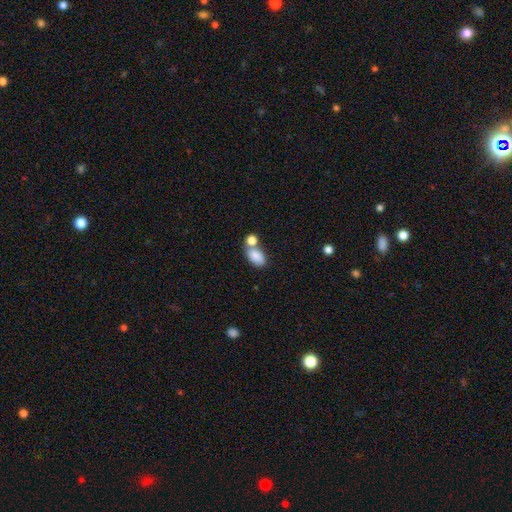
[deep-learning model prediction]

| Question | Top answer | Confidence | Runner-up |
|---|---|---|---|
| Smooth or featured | smooth | 84% | featured or disk (8%) |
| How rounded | in between | 90% | round (8%) |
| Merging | none | 42% | merger (41%) |